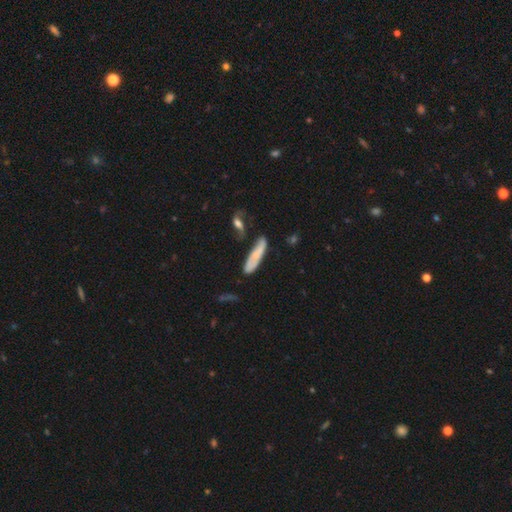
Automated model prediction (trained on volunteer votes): Q: Smooth or featured?
A: smooth (55%); runner-up: featured or disk (36%)
Q: How rounded?
A: cigar-shaped (68%); runner-up: in between (29%)
Q: Merging?
A: none (58%); runner-up: minor disturbance (23%)